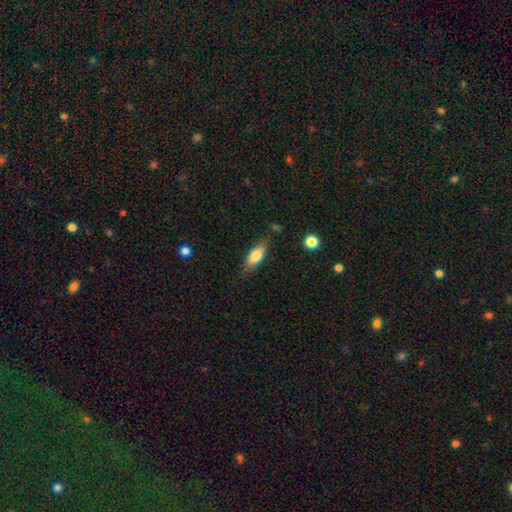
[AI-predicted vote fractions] A smooth galaxy with no disk features (77%) that is in between round and cigar-shaped (79%).

Vote fractions:
- Smooth or featured? smooth: 77% / featured or disk: 17% / star or artifact: 7%
- How rounded? in between: 79% / cigar-shaped: 18% / round: 3%
- Merging? none: 73% / minor disturbance: 20% / major disturbance: 5% / merger: 3%